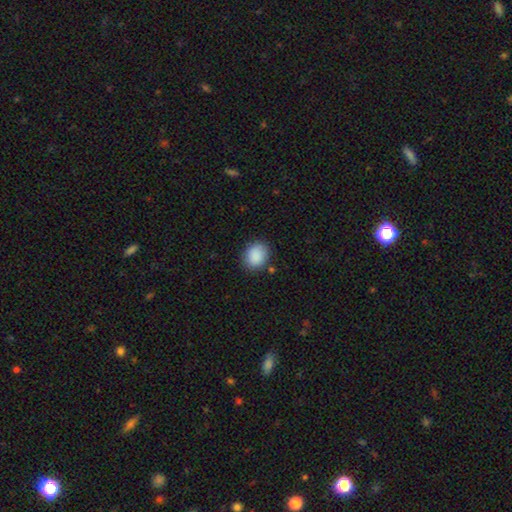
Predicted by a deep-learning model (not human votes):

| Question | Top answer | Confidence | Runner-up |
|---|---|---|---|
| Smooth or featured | smooth | 89% | star or artifact (8%) |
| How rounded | round | 53% | in between (46%) |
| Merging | none | 84% | minor disturbance (11%) |